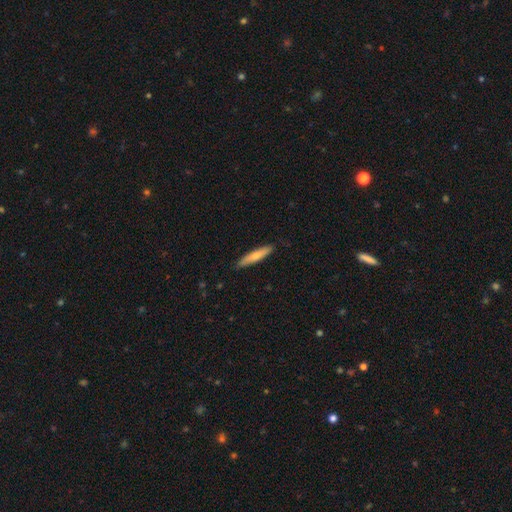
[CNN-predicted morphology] The model was most divided on "smooth or featured": smooth: 68%, featured or disk: 27%, star or artifact: 5%. More confident: how rounded — cigar-shaped (89%); merging — none (88%).